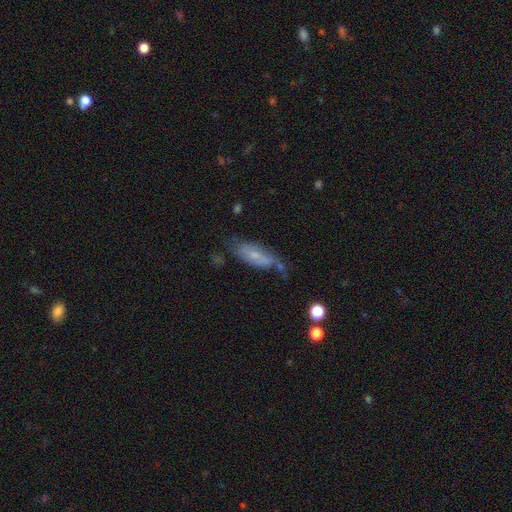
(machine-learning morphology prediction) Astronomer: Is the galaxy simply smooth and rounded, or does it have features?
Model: smooth — 51% (runner-up: featured or disk, 41%).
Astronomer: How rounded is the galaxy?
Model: in between — 67%.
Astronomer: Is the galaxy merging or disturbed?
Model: none — 47% (runner-up: minor disturbance, 31%).